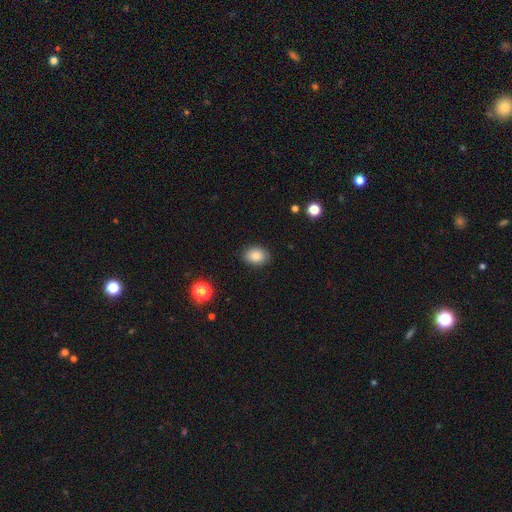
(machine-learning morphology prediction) Q: Smooth or featured?
A: smooth (85%); runner-up: star or artifact (9%)
Q: How rounded?
A: in between (71%); runner-up: round (28%)
Q: Merging?
A: none (87%); runner-up: minor disturbance (10%)